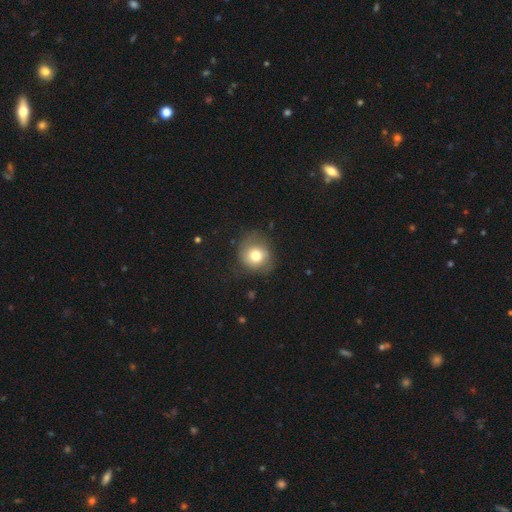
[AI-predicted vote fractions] smooth-or-featured: smooth: 74% | featured or disk: 16% | star or artifact: 10%
  how-rounded: round: 80% | in between: 19% | cigar-shaped: 1%
  merging: none: 67% | minor disturbance: 22% | major disturbance: 9% | merger: 1%